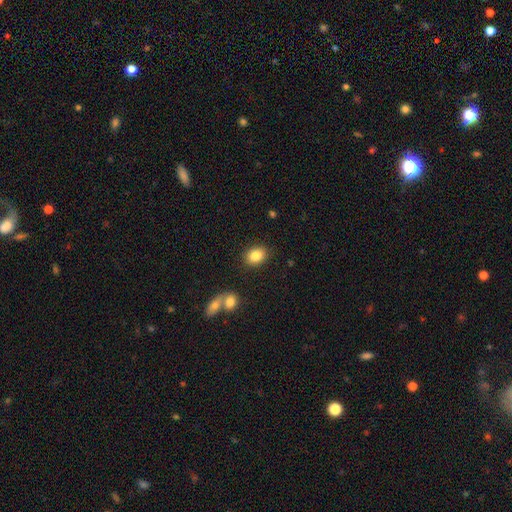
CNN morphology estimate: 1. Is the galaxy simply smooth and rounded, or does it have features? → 84% smooth, 9% star or artifact, 7% featured or disk.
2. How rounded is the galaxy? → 61% in between, 38% round, 1% cigar-shaped.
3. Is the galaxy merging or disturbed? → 85% none, 9% minor disturbance, 4% merger, 3% major disturbance.